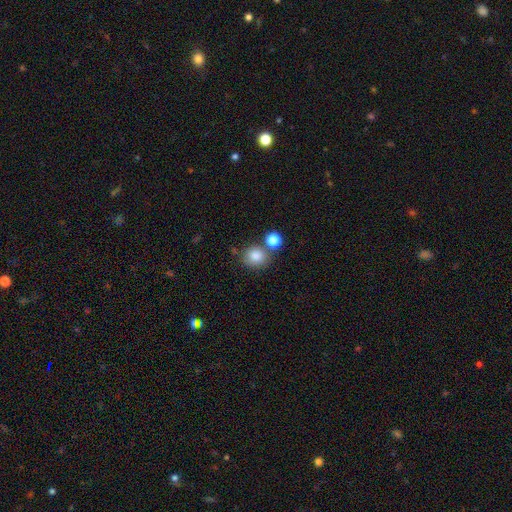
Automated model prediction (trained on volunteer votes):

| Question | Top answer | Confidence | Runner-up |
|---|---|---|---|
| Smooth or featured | smooth | 83% | star or artifact (10%) |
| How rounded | round | 80% | in between (19%) |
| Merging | none | 65% | merger (19%) |